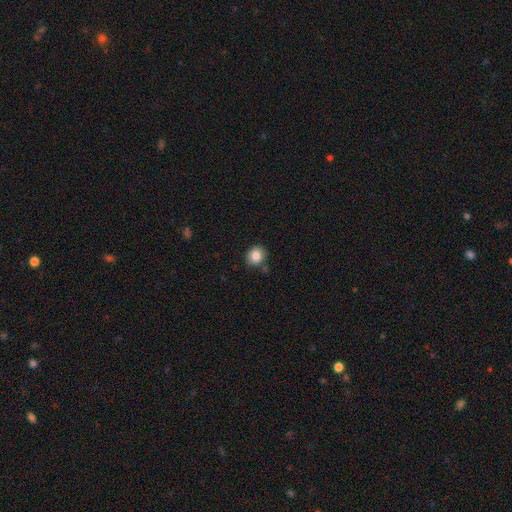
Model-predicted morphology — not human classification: This is clearly a smooth galaxy (82%). How rounded: likely round (71%). Merging: clearly none (82%).